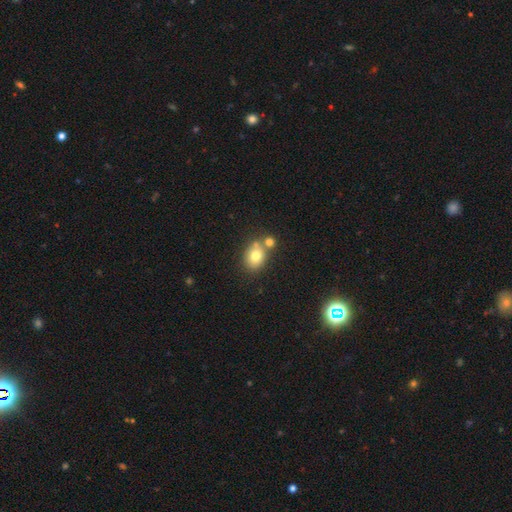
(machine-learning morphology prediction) smooth_or_featured: smooth (p=0.75) [alt: featured or disk p=0.14]
how_rounded: in between (p=0.54) [alt: round p=0.45]
merging: none (p=0.54) [alt: merger p=0.30]